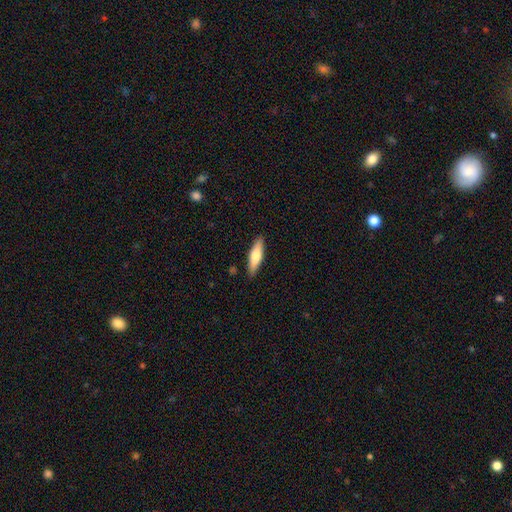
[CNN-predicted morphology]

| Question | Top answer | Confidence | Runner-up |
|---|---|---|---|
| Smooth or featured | smooth | 63% | featured or disk (31%) |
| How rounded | cigar-shaped | 61% | in between (37%) |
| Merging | none | 89% | minor disturbance (8%) |